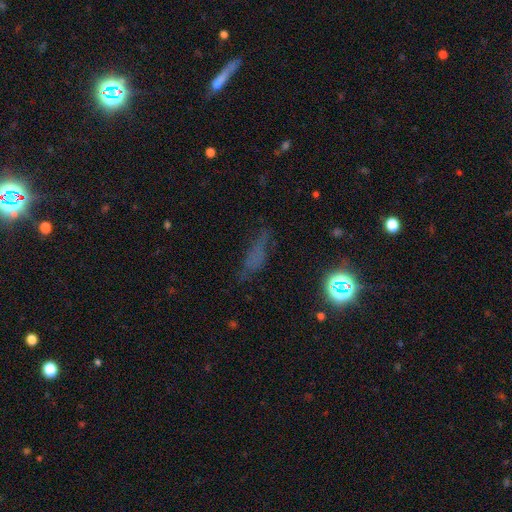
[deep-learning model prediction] Smooth or featured? Predicted: smooth (p=0.48). Merging? Predicted: none (p=0.60).